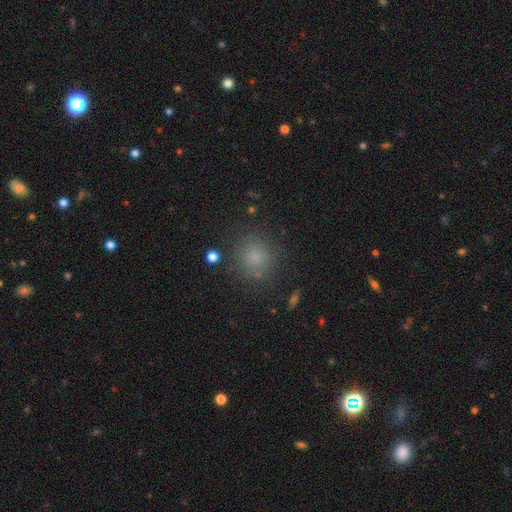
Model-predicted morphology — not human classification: Smooth or featured? smooth (75%)
How rounded? round (91%)
Merging? none (85%)